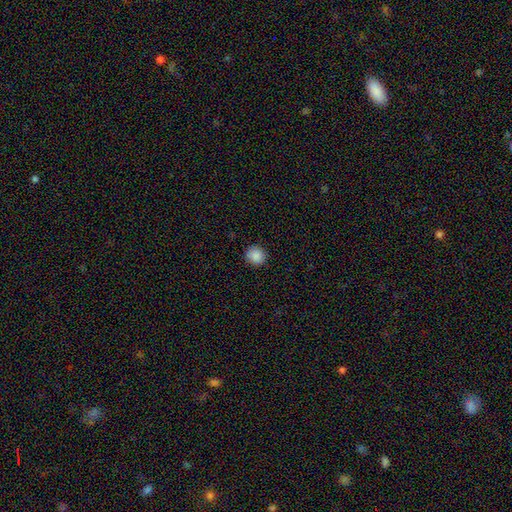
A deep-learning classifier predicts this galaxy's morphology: A smooth galaxy with no disk features (88%) that is round (90%). Merging: none (90%).